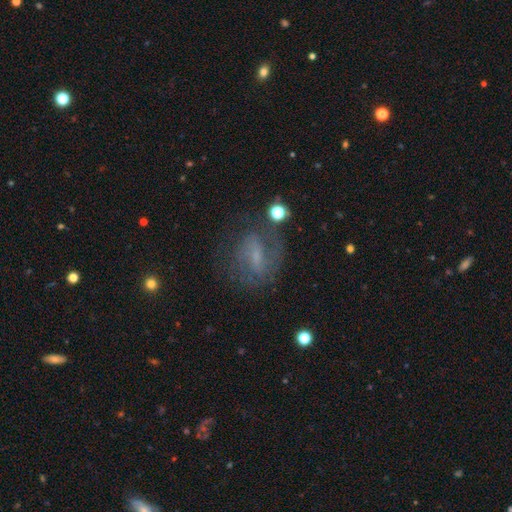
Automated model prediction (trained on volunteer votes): featured or disk 61%, smooth 26%, star or artifact 13%. Down the decision tree: edge-on disk — no (95%); bar — weak (49%); spiral arms — yes (78%); bulge size — small (49%); merging — none (64%).